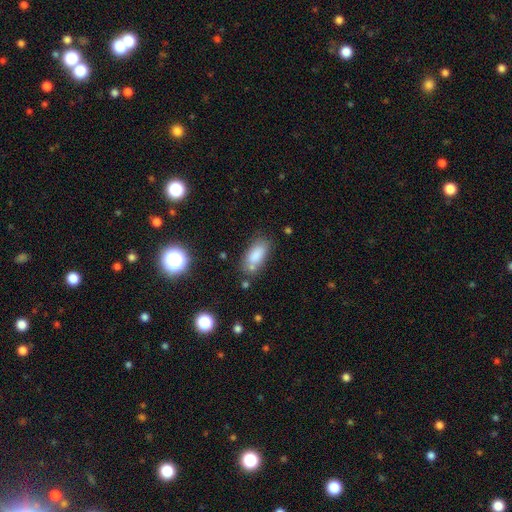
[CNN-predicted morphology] This appears to be a smooth galaxy with no disk features (82%) that is in between round and cigar-shaped (86%). Merging: none (65%).